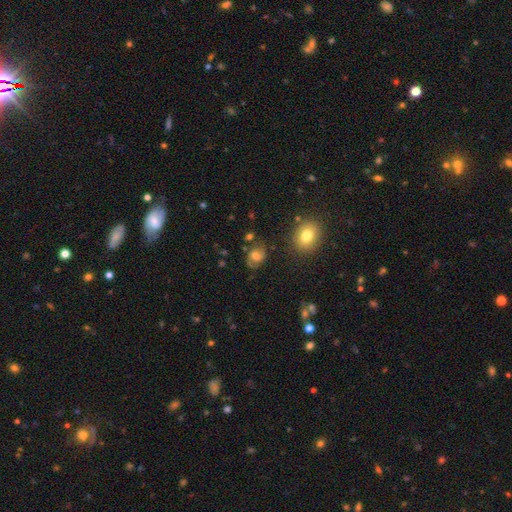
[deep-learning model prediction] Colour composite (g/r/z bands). It shows a smooth galaxy with no disk features (46%). Merging: none (68%).